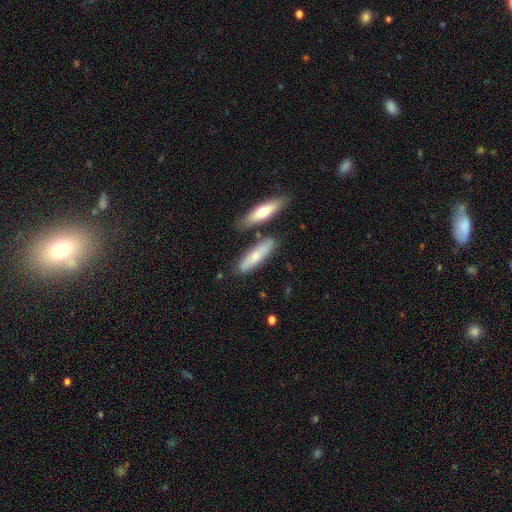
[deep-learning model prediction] Smooth or featured? smooth (68%)
How rounded? cigar-shaped (64%)
Merging? none (75%)